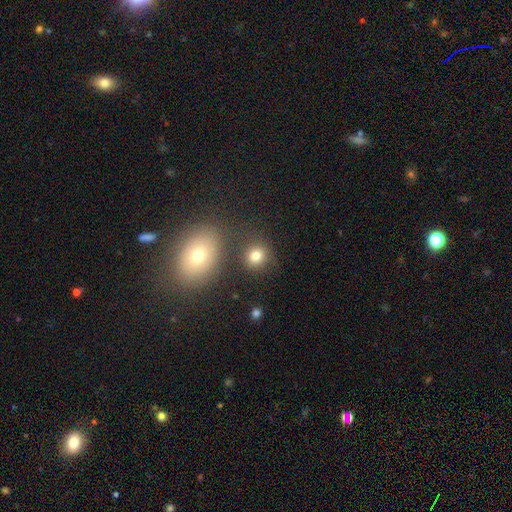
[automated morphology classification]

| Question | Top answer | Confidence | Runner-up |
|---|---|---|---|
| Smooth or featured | smooth | 79% | star or artifact (13%) |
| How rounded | round | 81% | in between (18%) |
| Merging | none | 76% | merger (11%) |